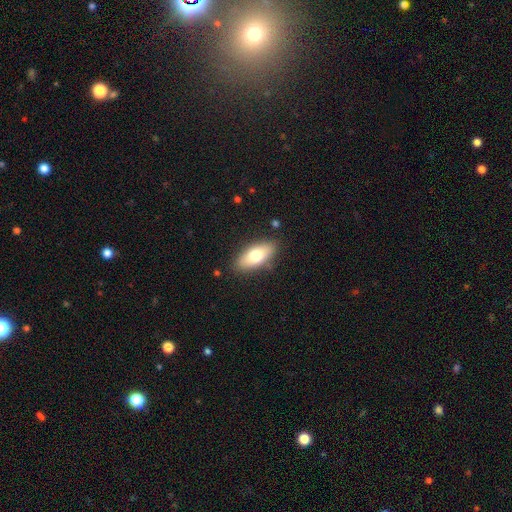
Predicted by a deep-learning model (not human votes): A smooth galaxy with no disk features (70%) that is in between round and cigar-shaped (83%). Merging: none (85%).